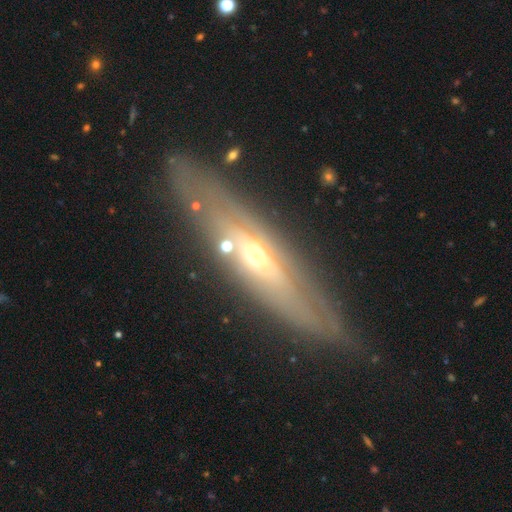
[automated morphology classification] featured or disk 76%, smooth 17%, star or artifact 7%. Down the decision tree: edge-on disk — yes (65%); merging — none (80%).